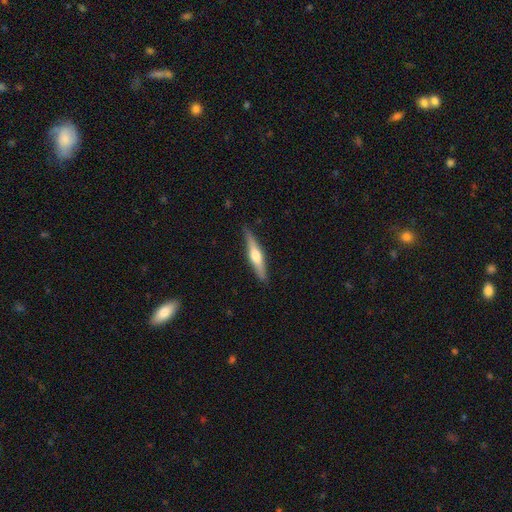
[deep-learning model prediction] featured or disk 60%, smooth 34%, star or artifact 5%. Down the decision tree: edge-on disk — yes (96%); edge-on bulge — rounded (90%); merging — none (88%).